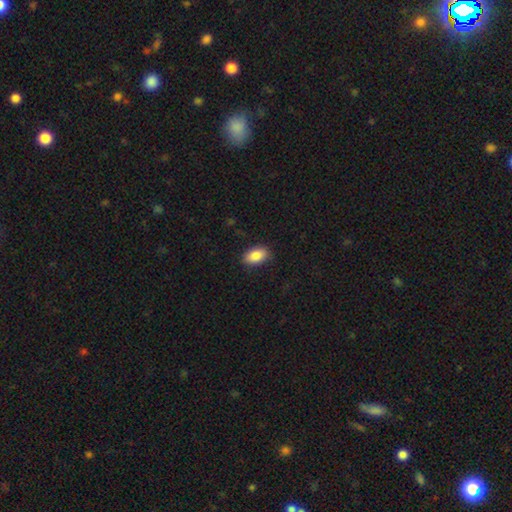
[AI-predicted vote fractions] smooth-or-featured: smooth: 87% | star or artifact: 7% | featured or disk: 6%
  how-rounded: in between: 92% | round: 6% | cigar-shaped: 2%
  merging: none: 87% | minor disturbance: 10% | major disturbance: 2% | merger: 1%